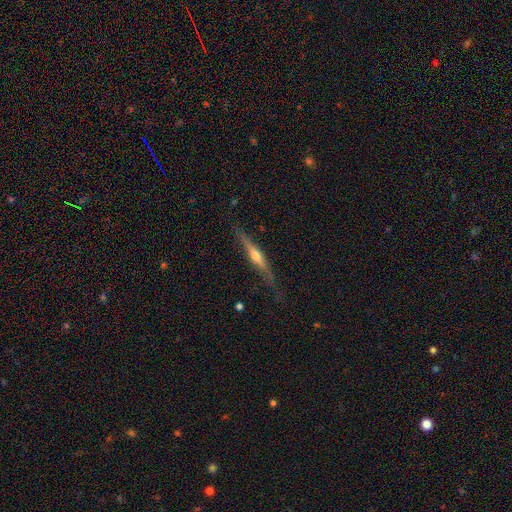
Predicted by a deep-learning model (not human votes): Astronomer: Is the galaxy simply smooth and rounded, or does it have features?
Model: featured or disk — 71%.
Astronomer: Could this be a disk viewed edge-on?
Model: yes — 96%.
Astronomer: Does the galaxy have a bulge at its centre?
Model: rounded — 85%.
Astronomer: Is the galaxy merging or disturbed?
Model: none — 78%.